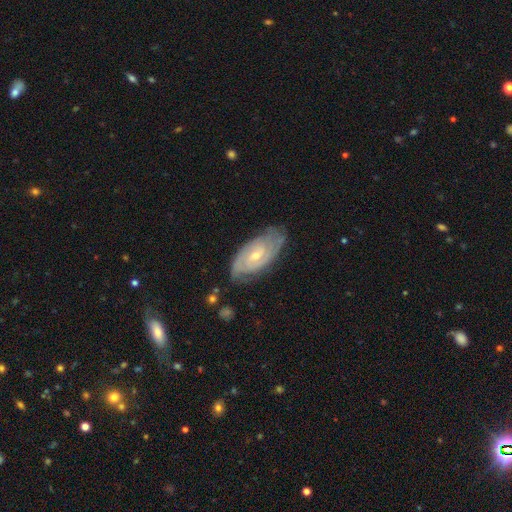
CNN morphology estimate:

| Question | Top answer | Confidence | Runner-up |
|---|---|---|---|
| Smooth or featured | featured or disk | 81% | smooth (14%) |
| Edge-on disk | no | 93% | yes (7%) |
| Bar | no | 55% | weak (37%) |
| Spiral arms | yes | 92% | no (8%) |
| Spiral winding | tight | 65% | medium (28%) |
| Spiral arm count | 2 | 47% | can't tell (32%) |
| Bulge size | small | 56% | moderate (41%) |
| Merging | none | 75% | minor disturbance (19%) |